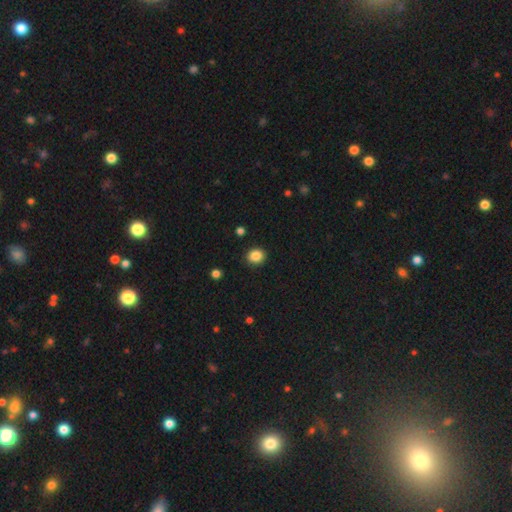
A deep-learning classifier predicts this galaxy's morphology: type=smooth (87%); roundness=round (78%); merging=none (90%).